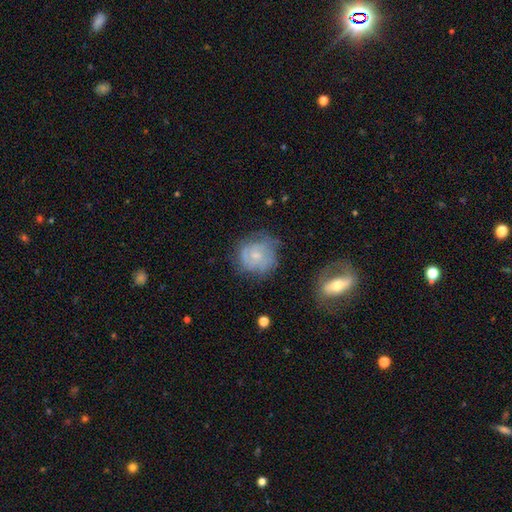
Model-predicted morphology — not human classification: Smooth or featured? Predicted: featured or disk (p=0.59). Edge-on disk? Predicted: no (p=0.97). Bar? Predicted: no (p=0.72). Spiral arms? Predicted: yes (p=0.77). Bulge size? Predicted: small (p=0.62). Merging? Predicted: none (p=0.66).